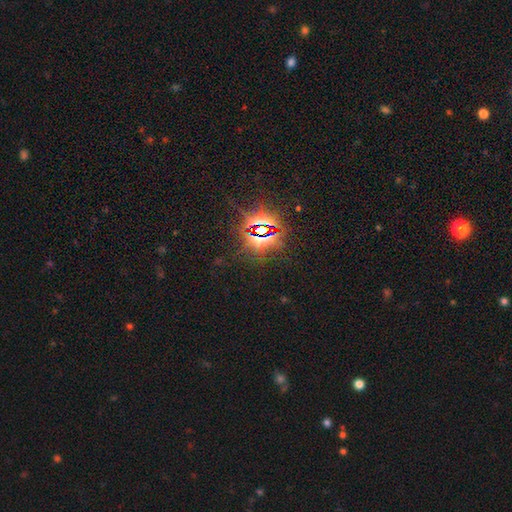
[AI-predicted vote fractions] Overall: star or artifact (82%).